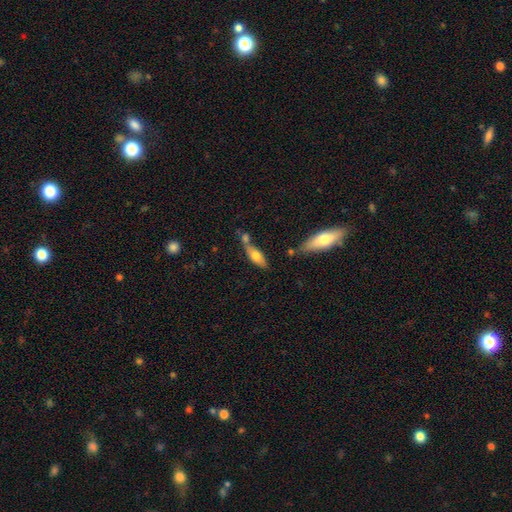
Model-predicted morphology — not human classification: Smooth or featured: smooth — 62% (featured or disk — 31%)
How rounded: in between — 60% (cigar-shaped — 37%)
Merging: none — 45% (merger — 31%)